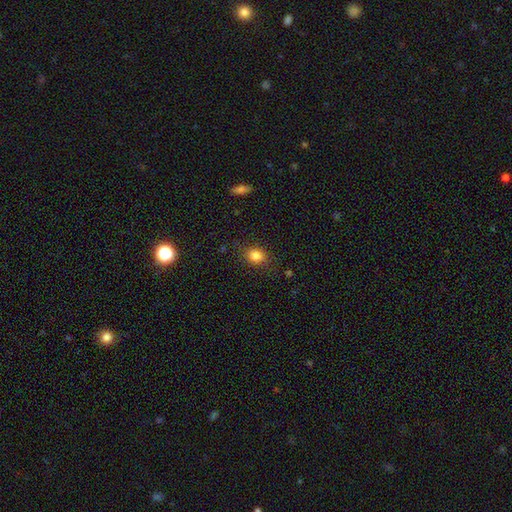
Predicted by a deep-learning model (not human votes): Smooth or featured? Predicted: smooth (p=0.84). How rounded? Predicted: in between (p=0.50). Merging? Predicted: none (p=0.81).